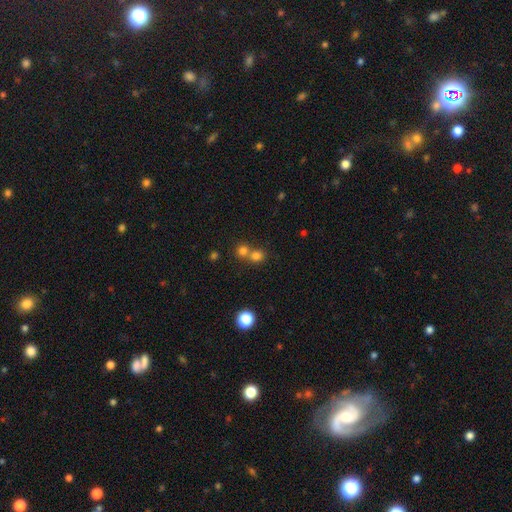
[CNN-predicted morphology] This is likely a smooth galaxy (76%). How rounded: clearly round (82%). Merging: possibly none (47%).